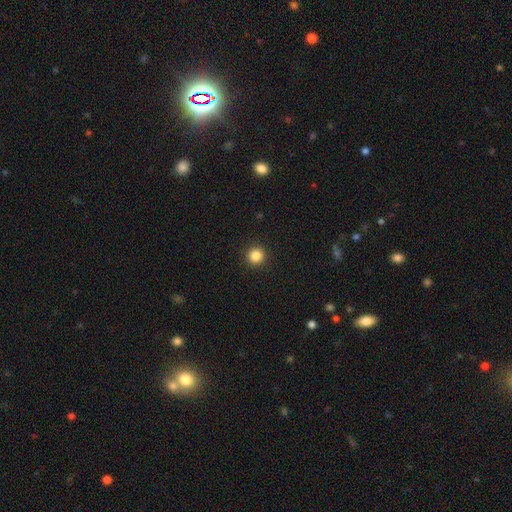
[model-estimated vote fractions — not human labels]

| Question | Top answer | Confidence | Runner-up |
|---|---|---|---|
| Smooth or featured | smooth | 85% | star or artifact (12%) |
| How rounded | round | 95% | in between (4%) |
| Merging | none | 93% | minor disturbance (4%) |